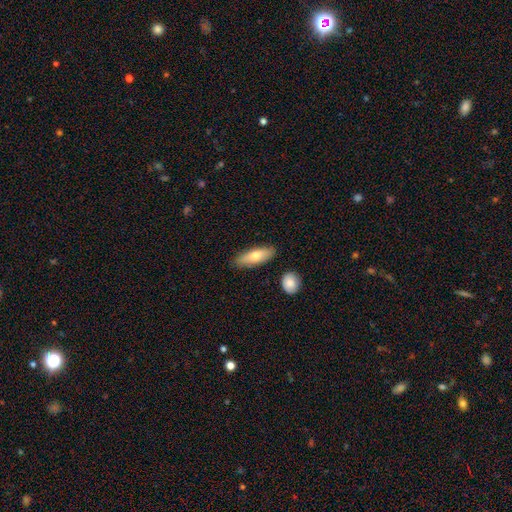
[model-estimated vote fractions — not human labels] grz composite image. It shows a smooth galaxy with no disk features (70%) that is in between round and cigar-shaped (56%). Merging: none (83%).